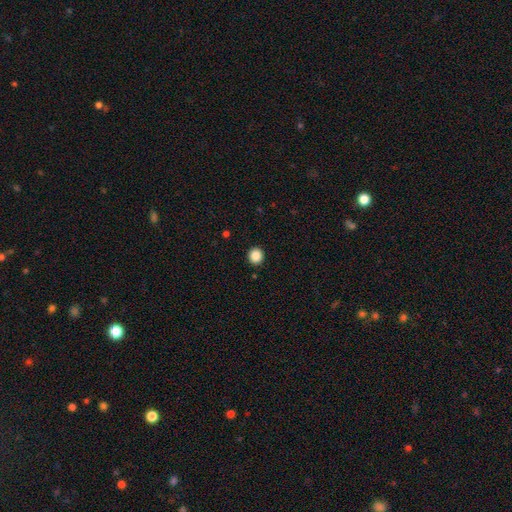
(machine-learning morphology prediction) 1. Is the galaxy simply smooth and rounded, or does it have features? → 86% smooth, 10% star or artifact, 4% featured or disk.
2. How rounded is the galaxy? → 87% round, 12% in between, 1% cigar-shaped.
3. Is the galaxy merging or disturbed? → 92% none, 5% minor disturbance, 2% major disturbance, 1% merger.